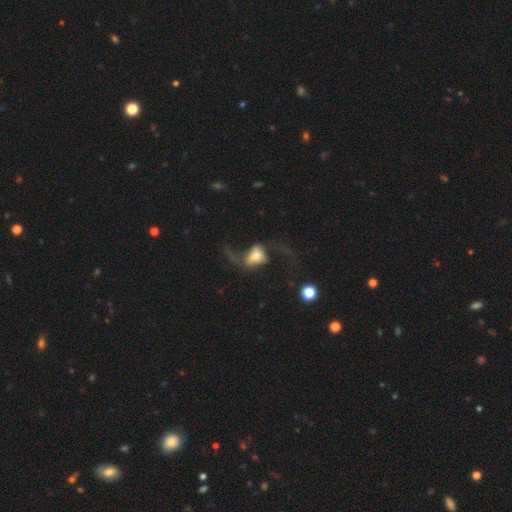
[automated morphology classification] Smooth or featured?
  - featured or disk: 48% *
  - smooth: 43%
  - star or artifact: 9%
Merging?
  - major disturbance: 54% *
  - none: 26%
  - minor disturbance: 14%
  - merger: 6%